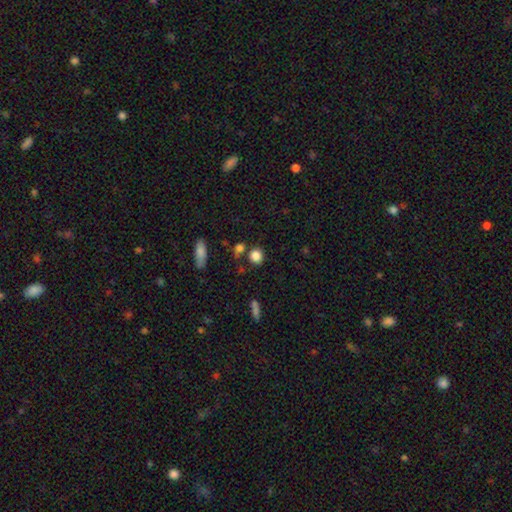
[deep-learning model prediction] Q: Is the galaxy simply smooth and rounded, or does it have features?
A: smooth — 84%.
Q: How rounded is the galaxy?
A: round — 82%.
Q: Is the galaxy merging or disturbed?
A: none — 73%.